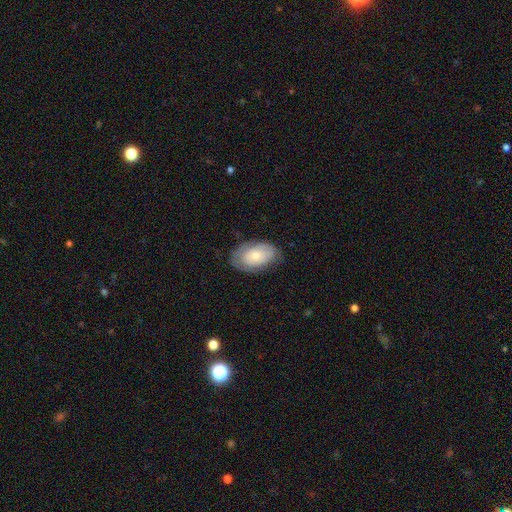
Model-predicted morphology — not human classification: Smooth or featured? smooth (62%)
How rounded? in between (92%)
Merging? none (70%)